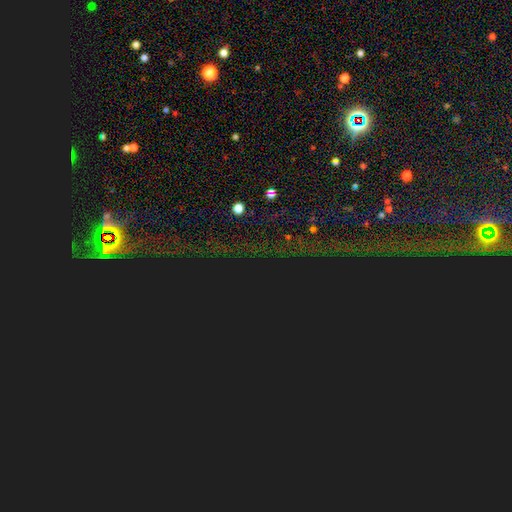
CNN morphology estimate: Smooth or featured? Predicted: star or artifact (p=0.83).